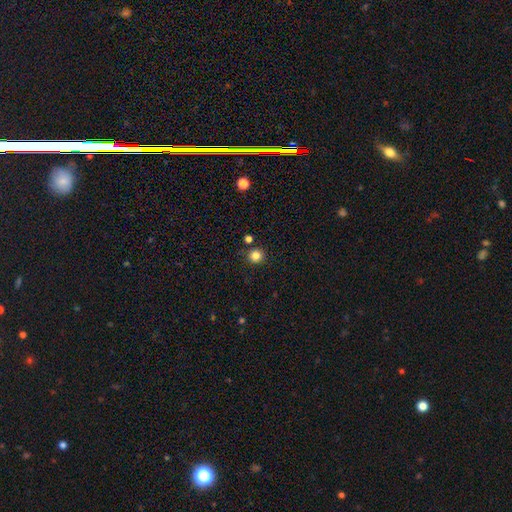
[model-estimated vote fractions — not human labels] This is clearly a smooth galaxy (83%). How rounded: clearly round (93%). Merging: clearly none (88%).